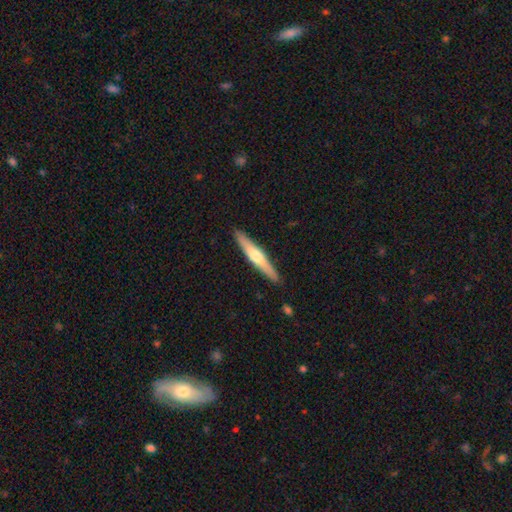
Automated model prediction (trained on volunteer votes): This is possibly a featured or disk galaxy (54%). It is clearly viewed edge-on (96%). Edge-on bulge: clearly rounded (83%). Merging: clearly none (90%).